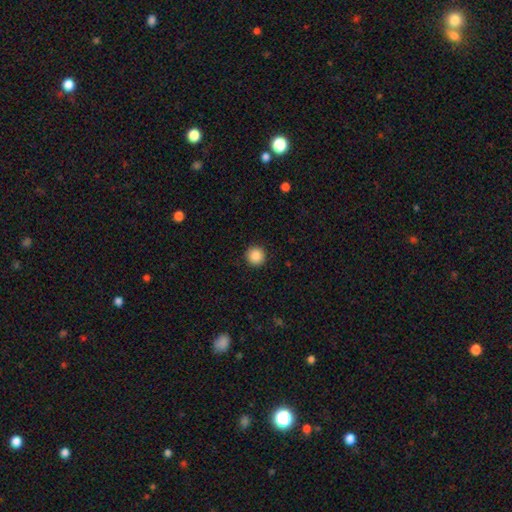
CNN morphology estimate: A smooth galaxy with no disk features (87%) that is round (96%). Merging: none (93%).